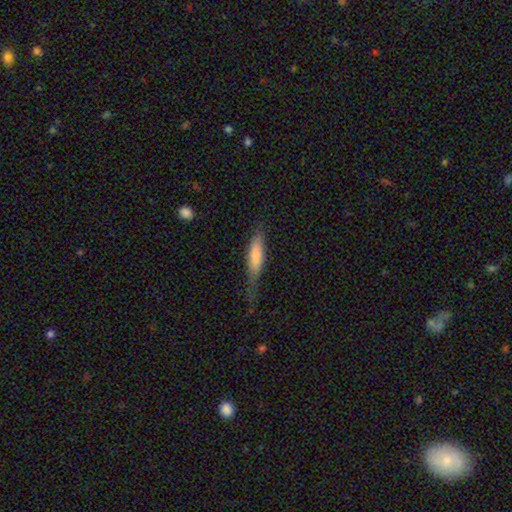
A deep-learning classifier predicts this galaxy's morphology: smooth-or-featured: smooth: 75% | featured or disk: 19% | star or artifact: 6%
  how-rounded: cigar-shaped: 65% | in between: 33% | round: 2%
  merging: none: 55% | minor disturbance: 29% | major disturbance: 14% | merger: 2%